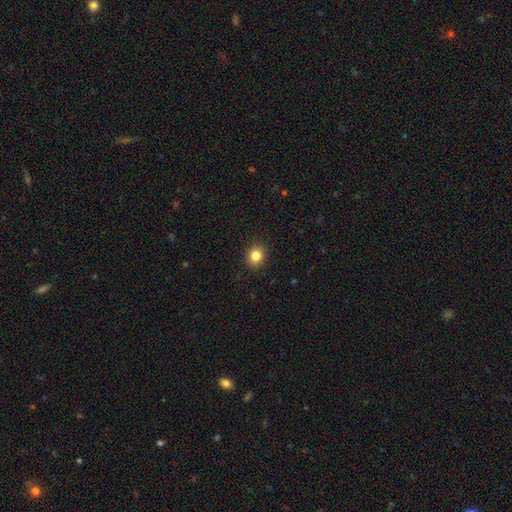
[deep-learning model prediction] Smooth or featured? smooth (84%)
How rounded? round (67%)
Merging? none (90%)